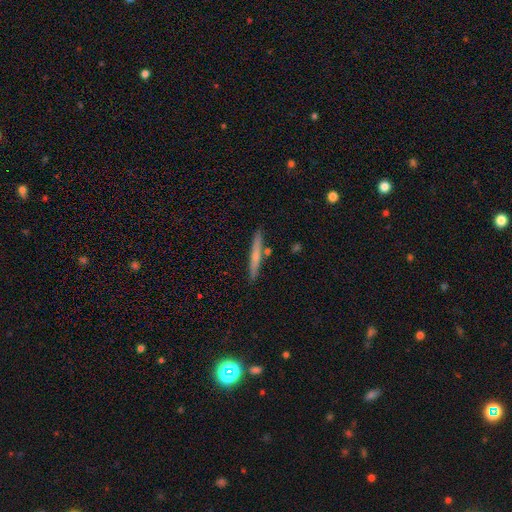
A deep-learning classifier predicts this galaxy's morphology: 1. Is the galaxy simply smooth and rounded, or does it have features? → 57% smooth, 37% featured or disk, 6% star or artifact.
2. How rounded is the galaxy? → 95% cigar-shaped, 3% in between, 1% round.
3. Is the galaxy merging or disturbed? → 85% none, 9% minor disturbance, 4% merger, 2% major disturbance.